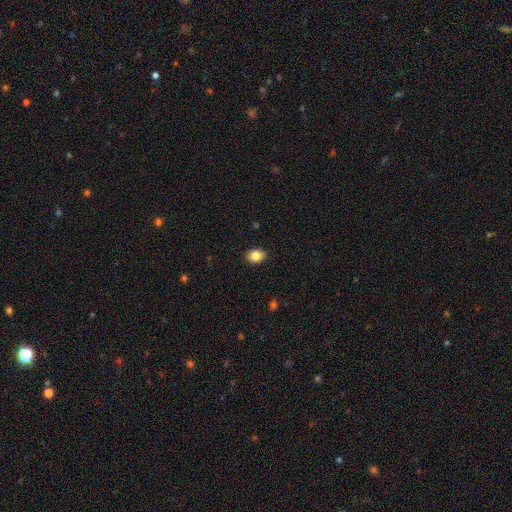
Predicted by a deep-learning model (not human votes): This is clearly a smooth galaxy (85%). How rounded: likely in between (71%). Merging: clearly none (89%).